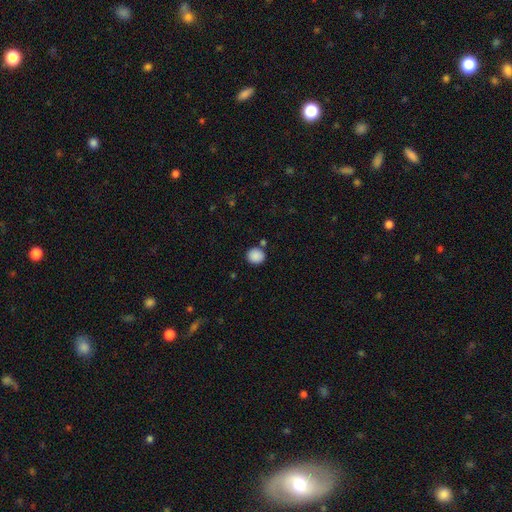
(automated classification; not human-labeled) This is clearly a smooth galaxy (88%). How rounded: clearly round (87%). Merging: clearly none (82%).